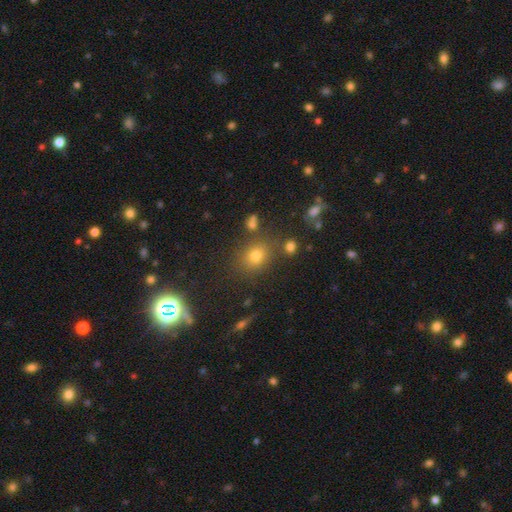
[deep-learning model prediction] smooth 68%, star or artifact 23%, featured or disk 9%. Down the decision tree: how rounded — round (64%); merging — none (79%).